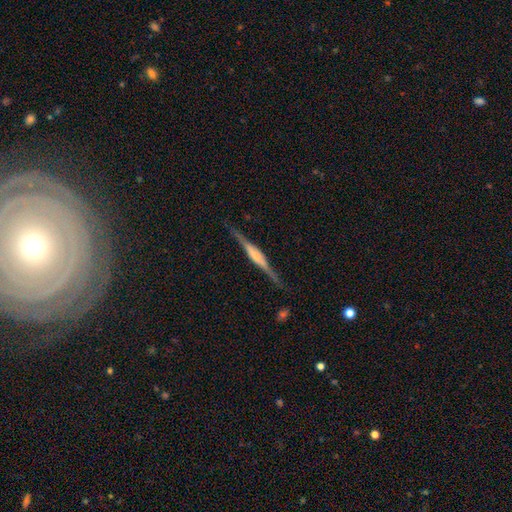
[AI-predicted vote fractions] featured or disk 78%, smooth 16%, star or artifact 6%. Down the decision tree: edge-on disk — yes (98%); edge-on bulge — rounded (59%); merging — none (86%).